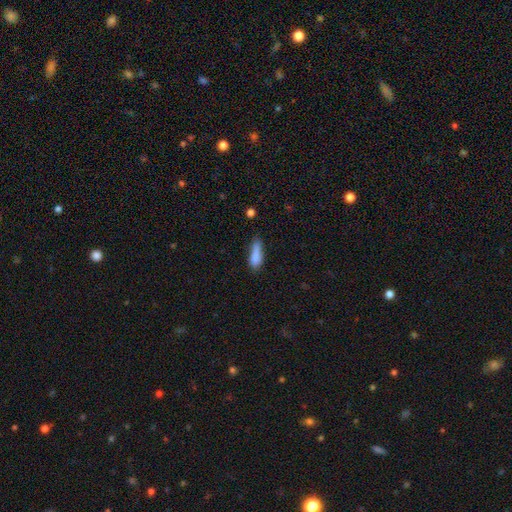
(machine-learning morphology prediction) smooth_or_featured: smooth (p=0.83) [alt: featured or disk p=0.08]
how_rounded: cigar-shaped (p=0.54) [alt: in between p=0.44]
merging: none (p=0.53) [alt: minor disturbance p=0.33]